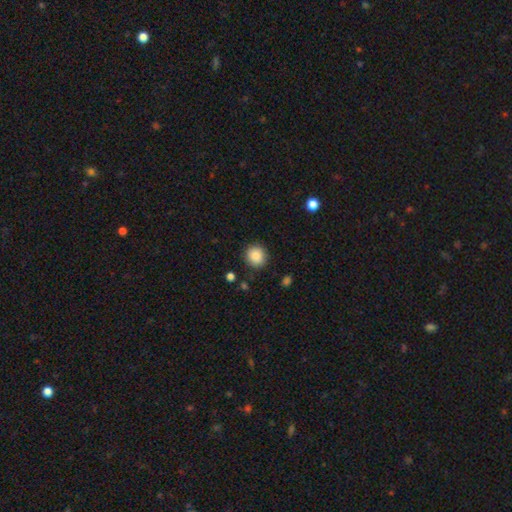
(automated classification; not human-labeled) Smooth or featured? smooth (87%)
How rounded? round (88%)
Merging? none (87%)